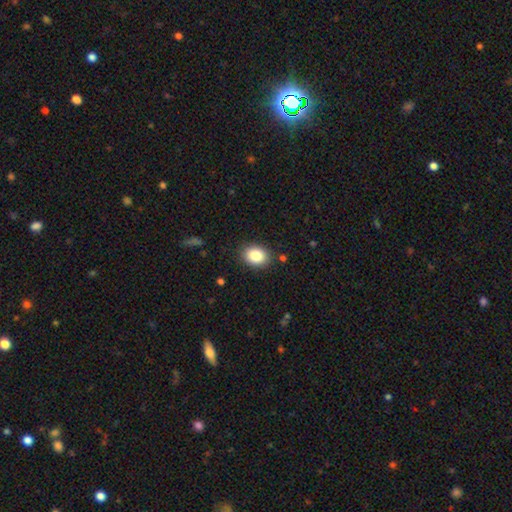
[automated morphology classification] smooth 85%, star or artifact 8%, featured or disk 7%. Down the decision tree: how rounded — in between (66%); merging — none (87%).